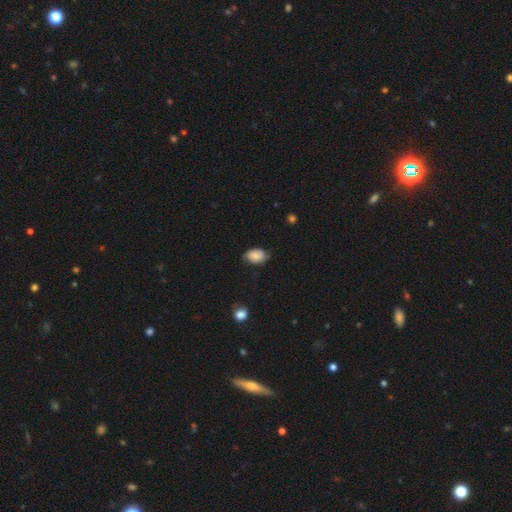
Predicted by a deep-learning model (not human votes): Q: Smooth or featured?
A: smooth (77%); runner-up: featured or disk (15%)
Q: How rounded?
A: in between (86%); runner-up: round (13%)
Q: Merging?
A: none (66%); runner-up: minor disturbance (27%)